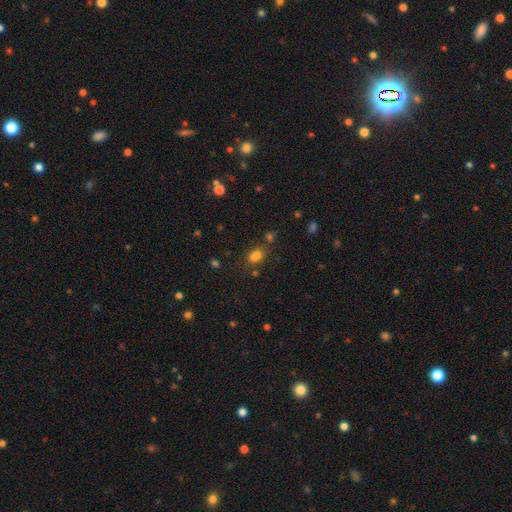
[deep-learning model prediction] Morphology: type=smooth (78%); roundness=in between (76%); merging=none (68%).